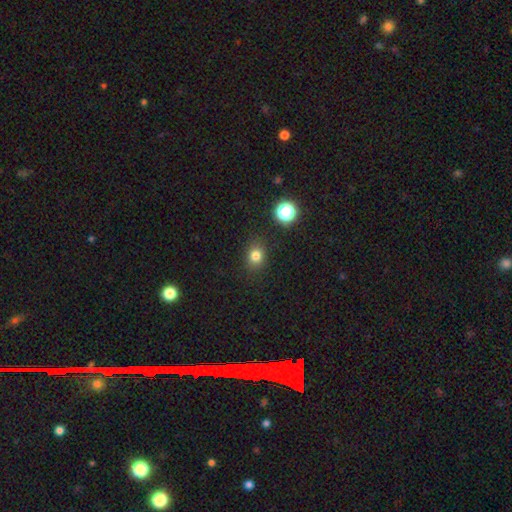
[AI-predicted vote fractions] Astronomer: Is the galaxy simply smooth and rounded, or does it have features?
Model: smooth — 79%.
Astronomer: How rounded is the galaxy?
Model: round — 62%.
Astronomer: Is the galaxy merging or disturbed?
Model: none — 86%.